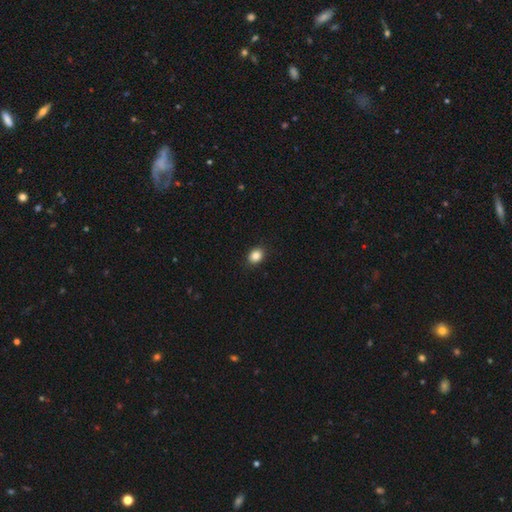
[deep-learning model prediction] This is clearly a smooth galaxy (86%). How rounded: possibly round (50%). Merging: clearly none (90%).